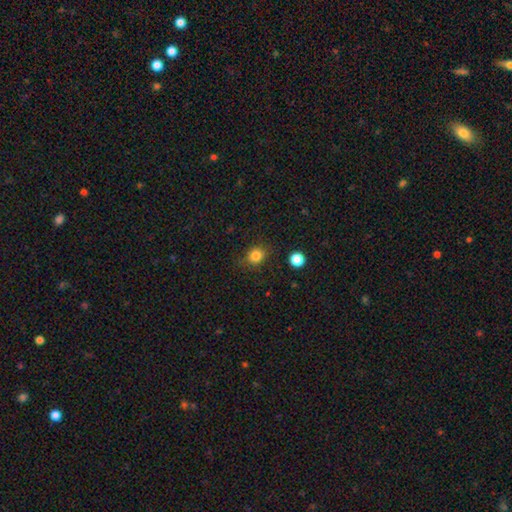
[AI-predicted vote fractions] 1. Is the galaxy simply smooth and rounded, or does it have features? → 83% smooth, 12% star or artifact, 5% featured or disk.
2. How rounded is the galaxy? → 75% round, 24% in between, 1% cigar-shaped.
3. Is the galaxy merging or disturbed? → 82% none, 12% minor disturbance, 4% major disturbance, 2% merger.